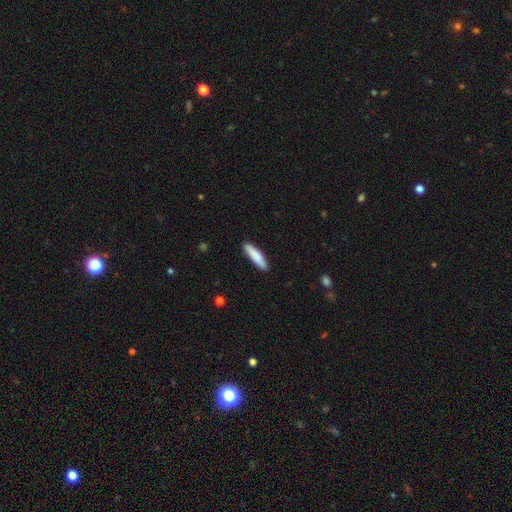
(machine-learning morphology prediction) Q: Smooth or featured?
A: smooth (84%); runner-up: featured or disk (11%)
Q: How rounded?
A: cigar-shaped (79%); runner-up: in between (20%)
Q: Merging?
A: none (88%); runner-up: minor disturbance (9%)